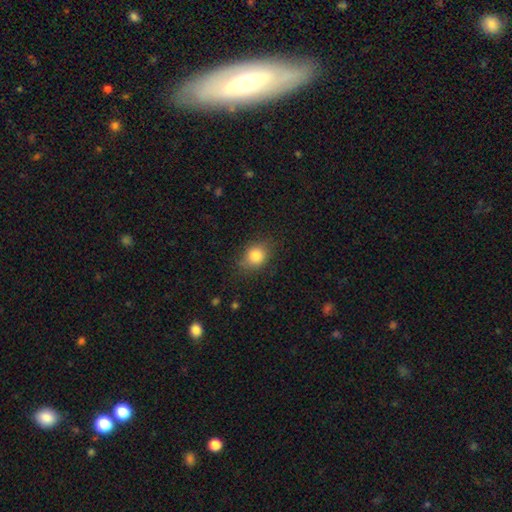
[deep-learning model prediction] smooth_or_featured: smooth (p=0.83) [alt: star or artifact p=0.10]
how_rounded: round (p=0.53) [alt: in between p=0.46]
merging: none (p=0.75) [alt: minor disturbance p=0.19]